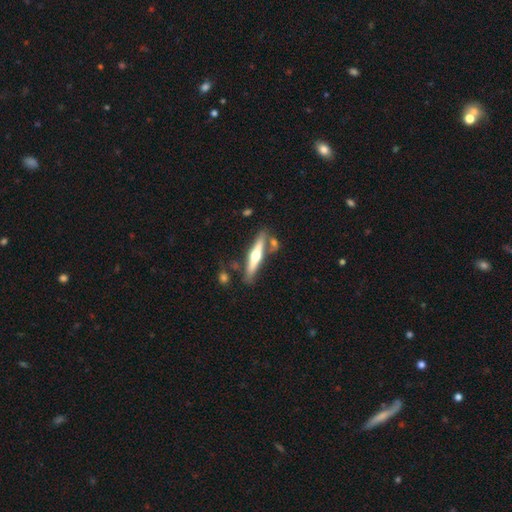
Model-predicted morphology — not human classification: Overall: featured or disk (64%; smooth 30%). Edge-on disk: yes (95%). Edge-on bulge: rounded (93%). Merging: none (75%).